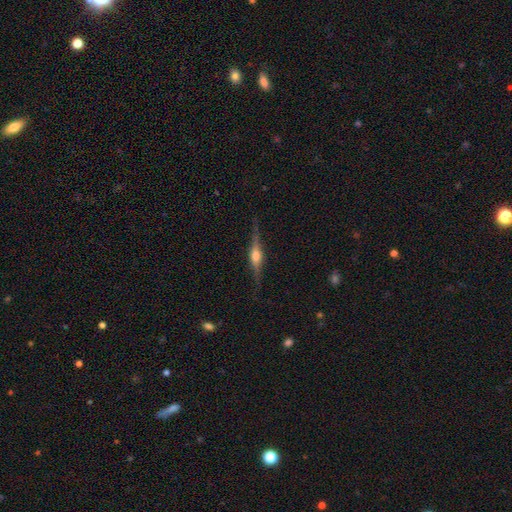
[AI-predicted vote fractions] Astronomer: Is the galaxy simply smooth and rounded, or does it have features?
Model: featured or disk — 78%.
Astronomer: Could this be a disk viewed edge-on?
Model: yes — 98%.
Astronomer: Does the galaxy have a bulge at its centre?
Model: rounded — 90%.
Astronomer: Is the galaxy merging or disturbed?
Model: none — 86%.